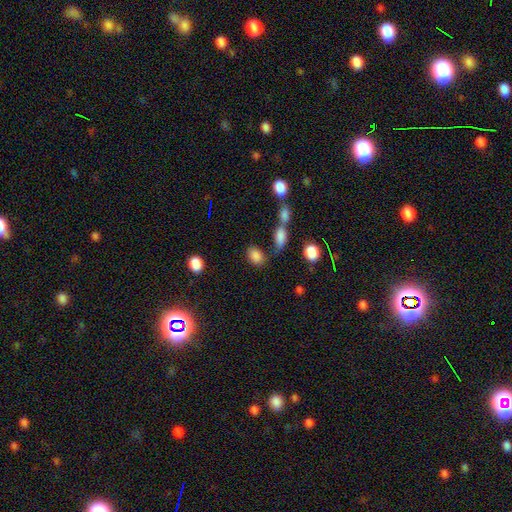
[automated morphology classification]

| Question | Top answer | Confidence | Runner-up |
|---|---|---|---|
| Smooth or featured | smooth | 84% | star or artifact (10%) |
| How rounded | in between | 79% | round (19%) |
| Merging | none | 67% | minor disturbance (14%) |